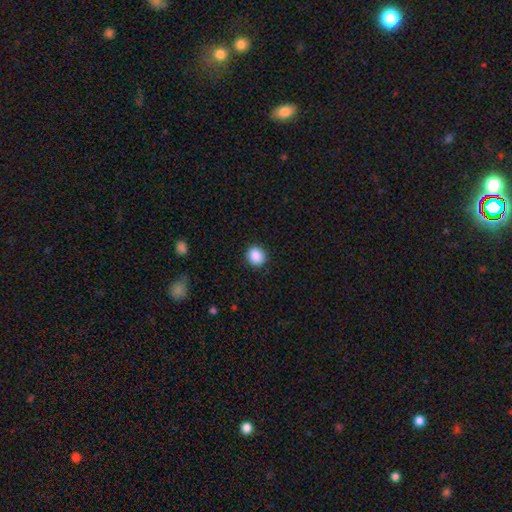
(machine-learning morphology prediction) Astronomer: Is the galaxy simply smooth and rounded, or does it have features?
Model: smooth — 89%.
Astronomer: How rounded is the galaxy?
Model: round — 82%.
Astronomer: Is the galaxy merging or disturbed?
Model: none — 89%.